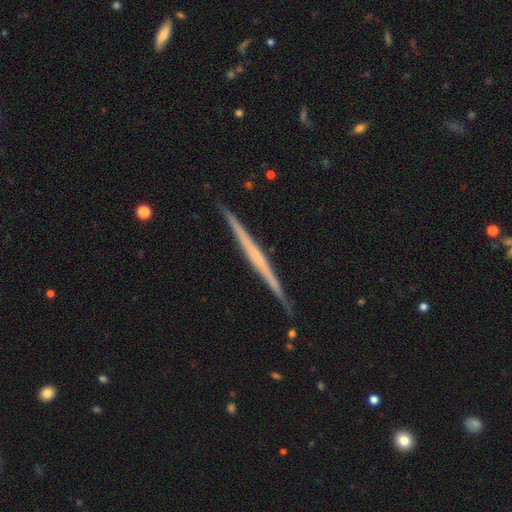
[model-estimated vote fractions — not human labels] The model was most divided on "smooth or featured": featured or disk: 69%, smooth: 26%, star or artifact: 5%. More confident: edge-on disk — yes (98%); merging — none (90%); edge-on bulge — none (82%).